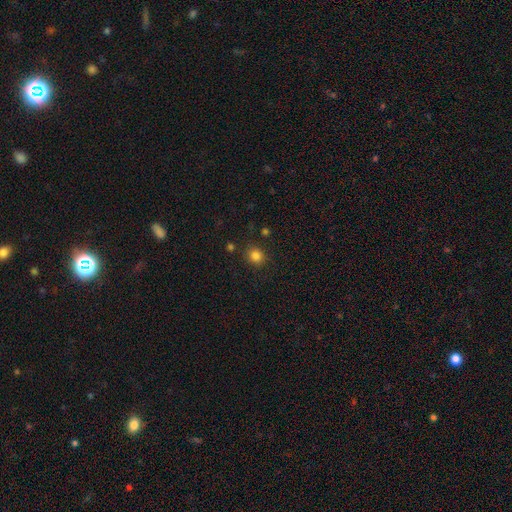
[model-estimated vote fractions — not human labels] smooth_or_featured: smooth (p=0.83) [alt: star or artifact p=0.13]
how_rounded: round (p=0.87) [alt: in between p=0.12]
merging: none (p=0.85) [alt: minor disturbance p=0.09]